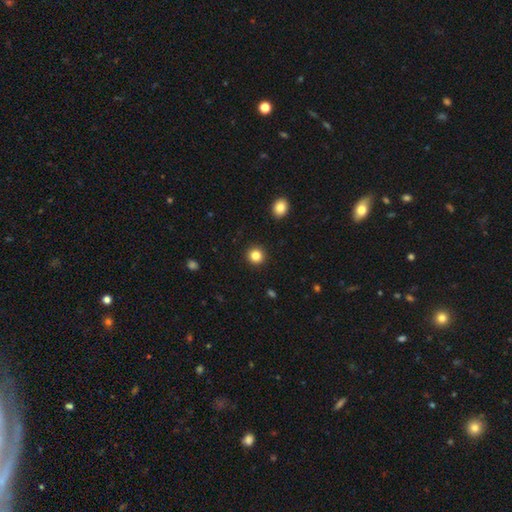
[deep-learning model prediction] Smooth or featured? Predicted: smooth (p=0.84). How rounded? Predicted: round (p=0.93). Merging? Predicted: none (p=0.93).